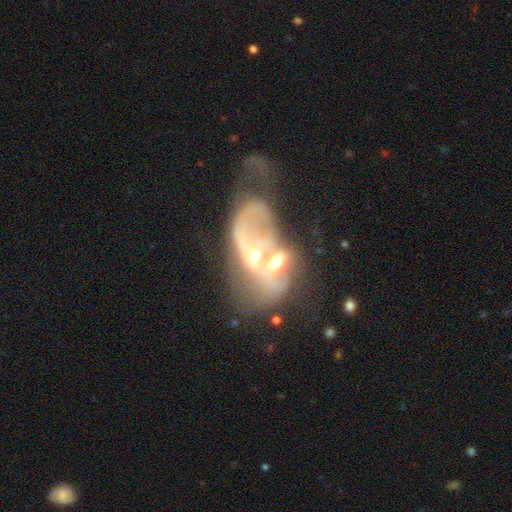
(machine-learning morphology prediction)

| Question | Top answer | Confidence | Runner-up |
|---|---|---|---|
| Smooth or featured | featured or disk | 70% | smooth (19%) |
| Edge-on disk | no | 95% | yes (5%) |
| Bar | no | 71% | weak (21%) |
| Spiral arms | no | 57% | yes (43%) |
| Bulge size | moderate | 50% | small (34%) |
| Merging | merger | 62% | major disturbance (22%) |